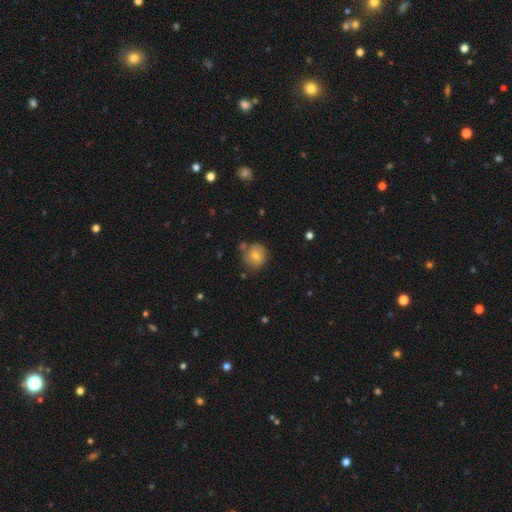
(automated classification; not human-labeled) Smooth or featured? smooth (67%)
How rounded? round (84%)
Merging? none (70%)